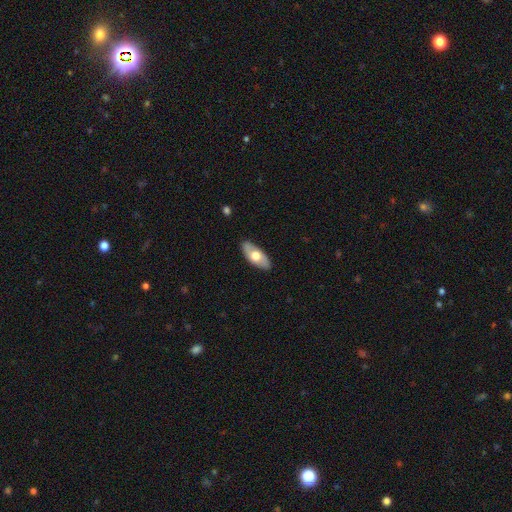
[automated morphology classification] Smooth or featured: smooth — 56% (featured or disk — 39%)
How rounded: in between — 87% (cigar-shaped — 10%)
Merging: none — 87% (minor disturbance — 10%)